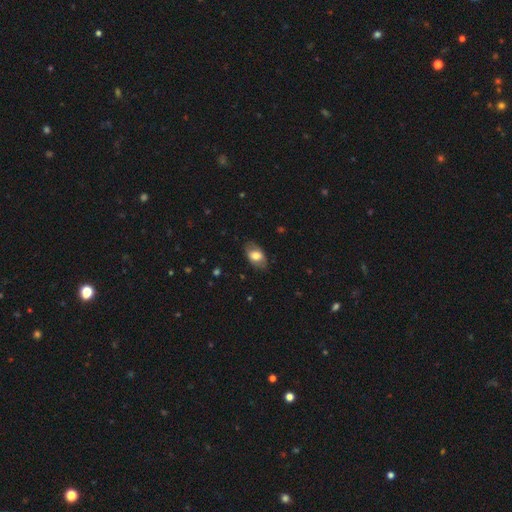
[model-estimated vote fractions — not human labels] Morphology: type=smooth (70%); roundness=in between (90%); merging=none (78%).